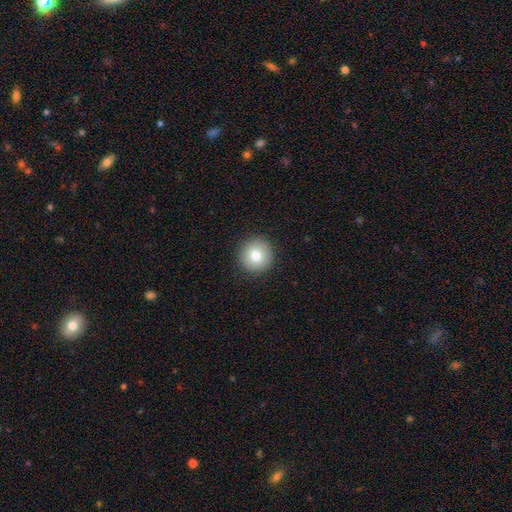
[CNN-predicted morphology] smooth-or-featured: smooth: 78% | featured or disk: 11% | star or artifact: 10%
  how-rounded: round: 95% | in between: 4% | cigar-shaped: 1%
  merging: none: 91% | minor disturbance: 6% | major disturbance: 2% | merger: 1%